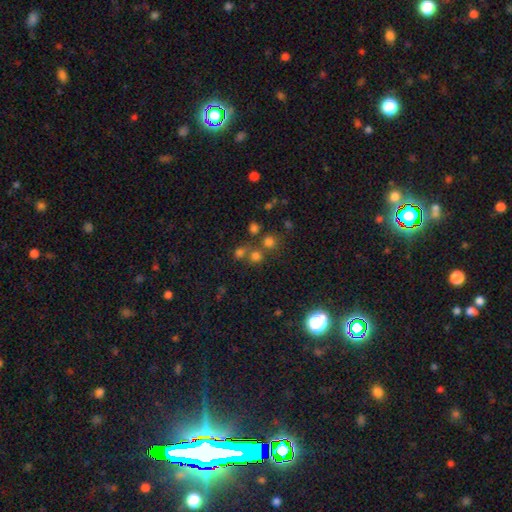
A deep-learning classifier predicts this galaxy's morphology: Overall: smooth (66%; star or artifact 26%). How rounded: round (88%). Merging: none (63%; merger 25%).